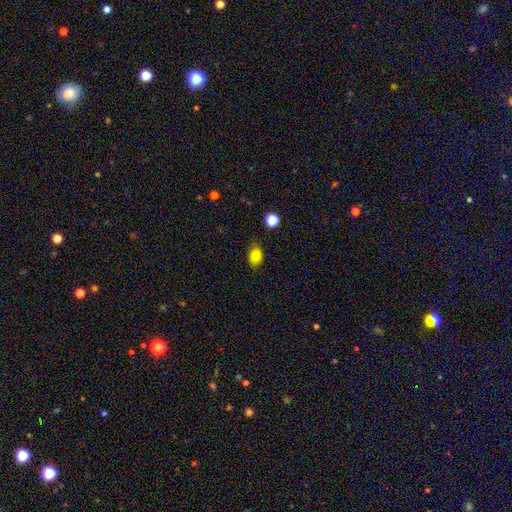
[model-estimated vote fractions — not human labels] Morphology: type=smooth (84%); roundness=in between (81%); merging=none (77%).